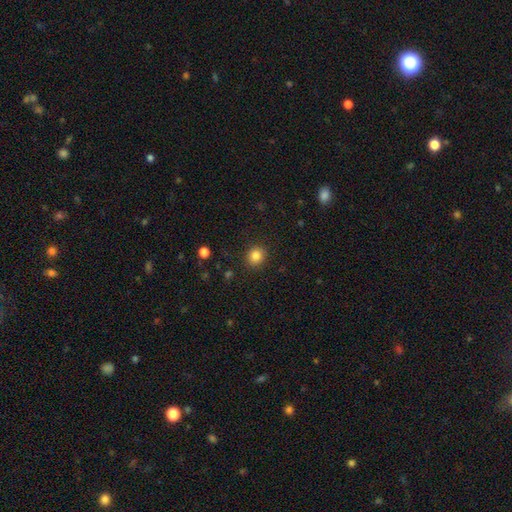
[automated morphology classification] A smooth galaxy with no disk features (84%) that is round (80%). Merging: none (89%).